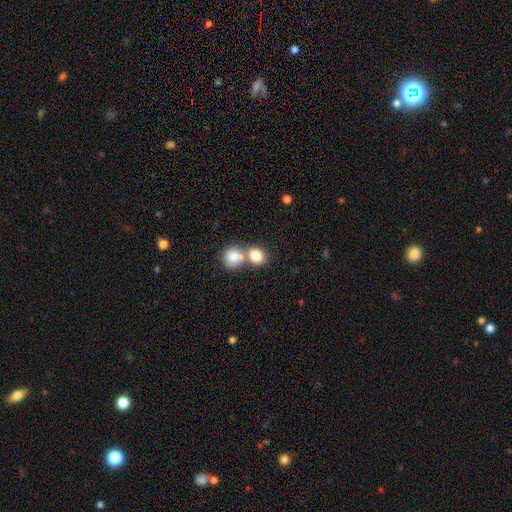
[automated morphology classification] Smooth or featured? Predicted: smooth (p=0.80). How rounded? Predicted: round (p=0.67). Merging? Predicted: merger (p=0.58).